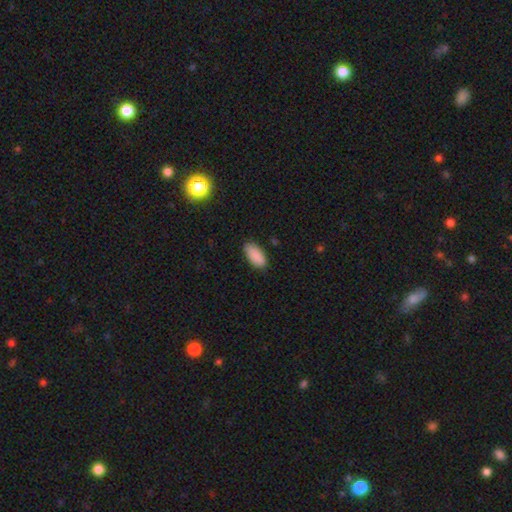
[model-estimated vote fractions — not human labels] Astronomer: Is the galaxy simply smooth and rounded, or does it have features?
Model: smooth — 90%.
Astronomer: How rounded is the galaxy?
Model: in between — 90%.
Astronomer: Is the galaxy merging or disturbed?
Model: none — 85%.